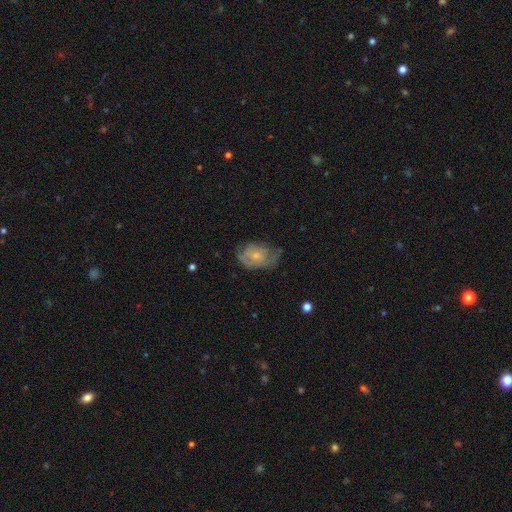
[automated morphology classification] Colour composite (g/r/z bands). It shows a smooth galaxy with no disk features (48%). Merging: none (42%).